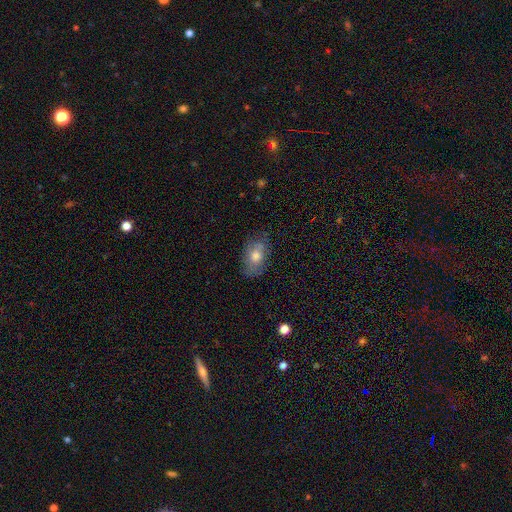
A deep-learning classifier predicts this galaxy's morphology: This appears to be a smooth galaxy with no disk features (66%) that is in between round and cigar-shaped (87%). Merging: none (73%).